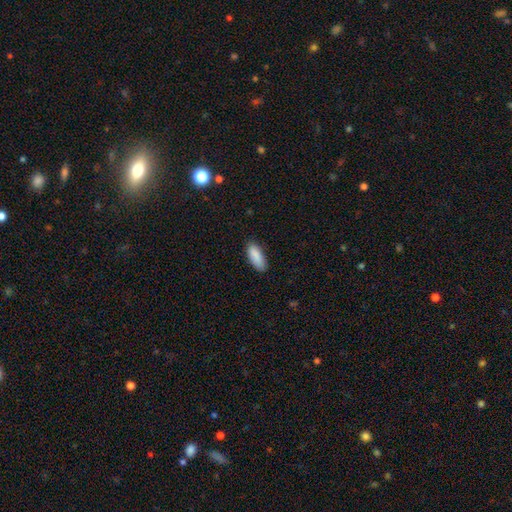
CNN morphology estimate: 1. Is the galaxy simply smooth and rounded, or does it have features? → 89% smooth, 6% star or artifact, 5% featured or disk.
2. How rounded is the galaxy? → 76% in between, 22% cigar-shaped, 2% round.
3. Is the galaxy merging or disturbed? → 81% none, 16% minor disturbance, 3% major disturbance, 1% merger.